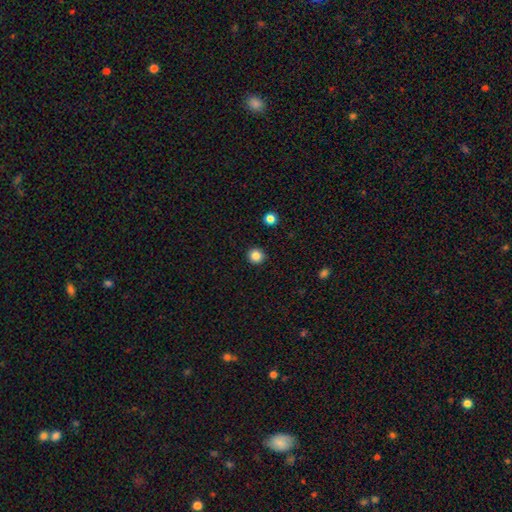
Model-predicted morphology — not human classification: Smooth or featured: smooth — 85% (star or artifact — 11%)
How rounded: round — 94% (in between — 5%)
Merging: none — 93% (minor disturbance — 5%)